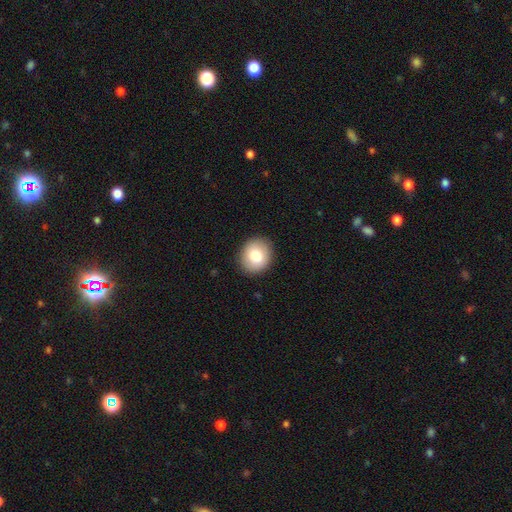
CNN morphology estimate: smooth-or-featured: smooth: 83% | featured or disk: 10% | star or artifact: 8%
  how-rounded: round: 66% | in between: 33% | cigar-shaped: 1%
  merging: none: 90% | minor disturbance: 7% | major disturbance: 2% | merger: 1%